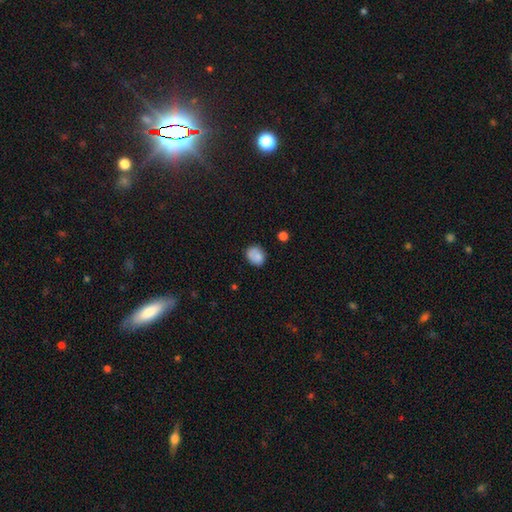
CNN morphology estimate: The model was most divided on "how rounded": in between: 52%, round: 47%, cigar-shaped: 1%. More confident: smooth or featured — smooth (82%); merging — none (69%).